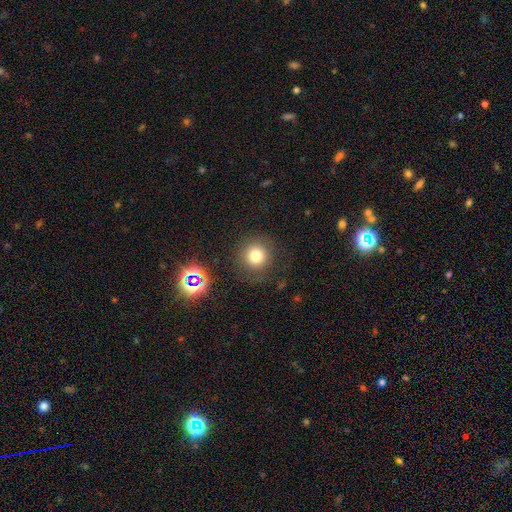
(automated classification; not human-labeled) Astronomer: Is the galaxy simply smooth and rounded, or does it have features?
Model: smooth — 76%.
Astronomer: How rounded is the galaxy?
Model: round — 93%.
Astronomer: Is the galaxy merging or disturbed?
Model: none — 82%.